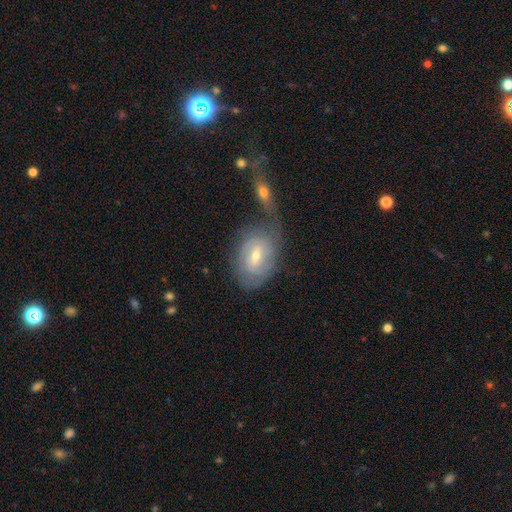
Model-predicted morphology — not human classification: A featured or disk galaxy (67%) with a weak bar (54%), spiral arms (77%) and a small central bulge (50%). Merging: none (48%).